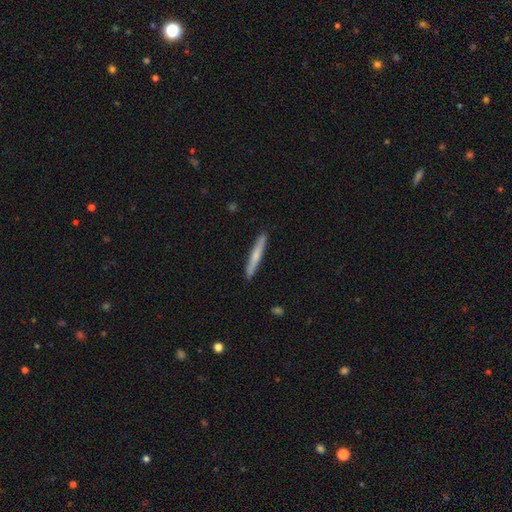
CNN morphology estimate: smooth-or-featured: smooth: 62% | featured or disk: 33% | star or artifact: 5%
  how-rounded: cigar-shaped: 96% | in between: 3% | round: 1%
  merging: none: 91% | minor disturbance: 6% | major disturbance: 1% | merger: 1%